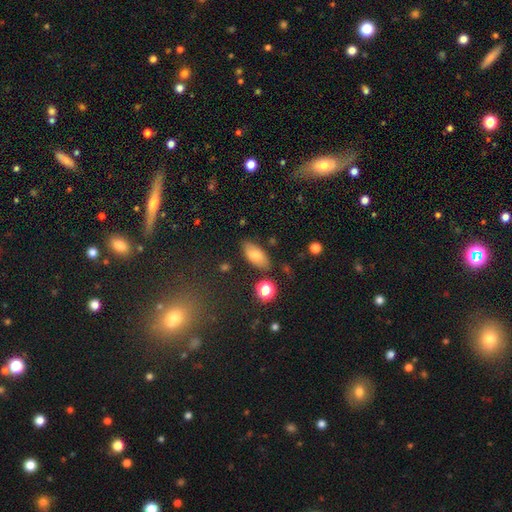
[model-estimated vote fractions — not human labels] The model was most divided on "smooth or featured": smooth: 74%, featured or disk: 18%, star or artifact: 9%. More confident: how rounded — in between (90%); merging — none (82%).